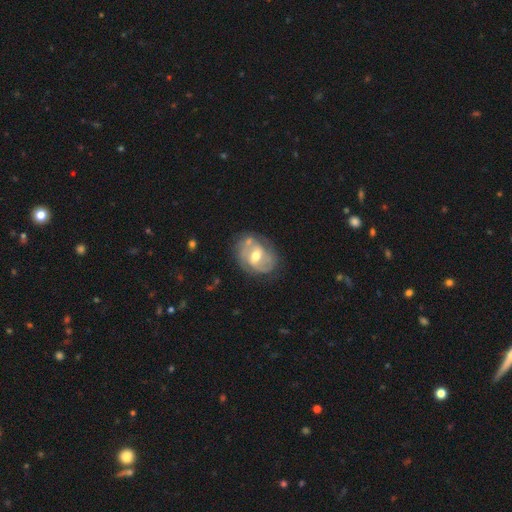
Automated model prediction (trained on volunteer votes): smooth-or-featured: featured or disk: 73% | smooth: 21% | star or artifact: 6%
  disk-edge-on: no: 96% | yes: 4%
    bar: weak: 50% | no: 25% | strong: 25%
    has-spiral-arms: yes: 75% | no: 25%
      spiral-winding: medium: 42% | tight: 40% | loose: 19%
      spiral-arm-count: 2: 64% | can't tell: 22% | 1: 6% | 3: 6% | 4: 2% | more than 4: 1%
    bulge-size: moderate: 73% | small: 18% | large: 7% | none: 1% | dominant: 1%
  merging: none: 62% | minor disturbance: 23% | major disturbance: 9% | merger: 7%